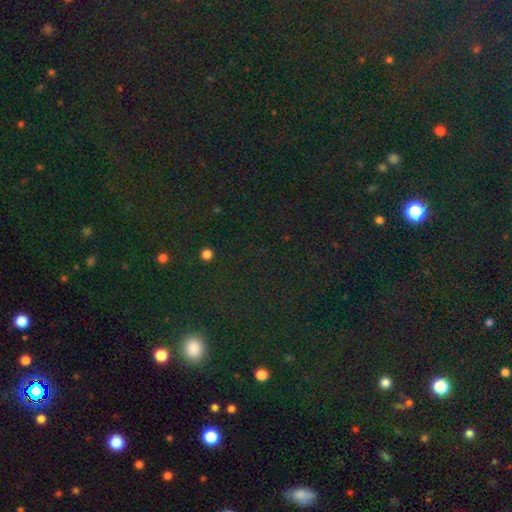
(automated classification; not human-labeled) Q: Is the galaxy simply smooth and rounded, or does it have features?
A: star or artifact — 68%.